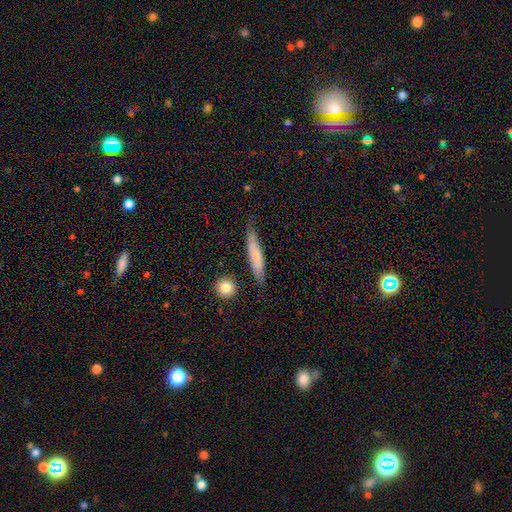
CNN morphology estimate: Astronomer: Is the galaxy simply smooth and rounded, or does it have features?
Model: smooth — 65%.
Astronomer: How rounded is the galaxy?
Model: cigar-shaped — 87%.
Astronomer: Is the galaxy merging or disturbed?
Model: none — 70%.